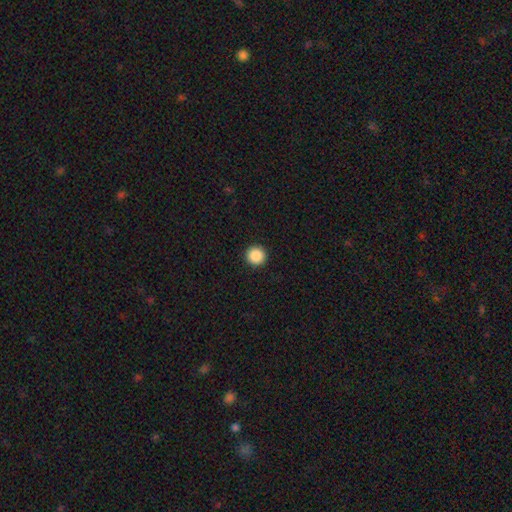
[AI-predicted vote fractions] Overall: smooth (88%). How rounded: round (96%). Merging: none (93%).